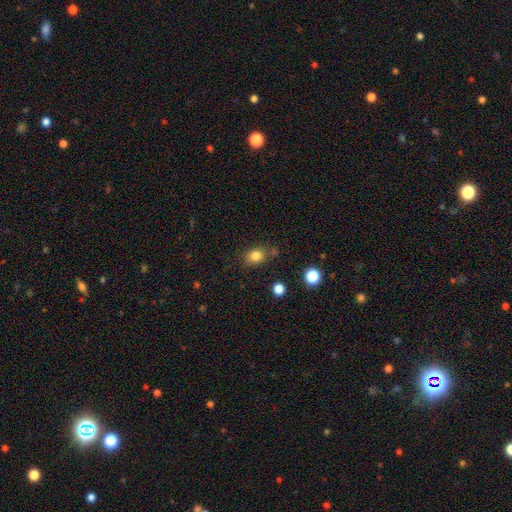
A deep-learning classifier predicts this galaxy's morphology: A smooth galaxy with no disk features (82%) that is in between round and cigar-shaped (50%).

Vote fractions:
- Smooth or featured? smooth: 82% / star or artifact: 12% / featured or disk: 6%
- How rounded? in between: 50% / round: 49% / cigar-shaped: 1%
- Merging? none: 72% / minor disturbance: 17% / merger: 6% / major disturbance: 5%